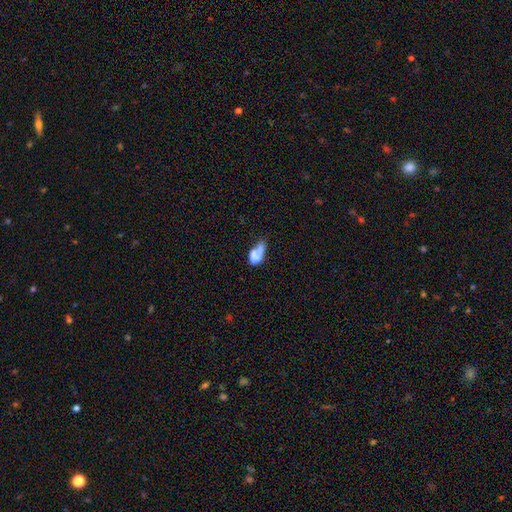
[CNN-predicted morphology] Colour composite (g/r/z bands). It shows a smooth galaxy with no disk features (58%) that is in between round and cigar-shaped (80%). Merging: merger (46%).